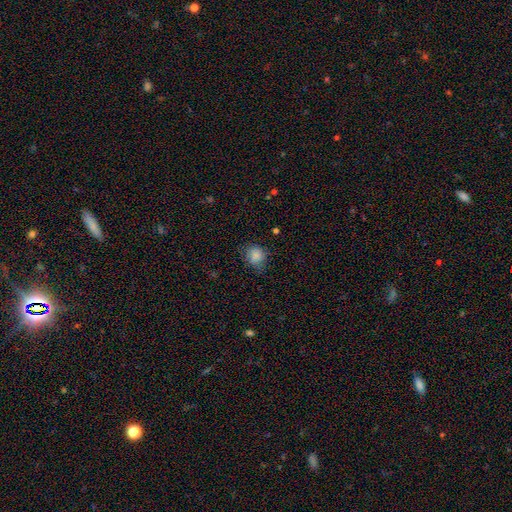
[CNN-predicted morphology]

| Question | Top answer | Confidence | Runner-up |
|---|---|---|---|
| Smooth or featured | smooth | 85% | star or artifact (10%) |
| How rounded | round | 73% | in between (26%) |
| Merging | none | 71% | minor disturbance (22%) |